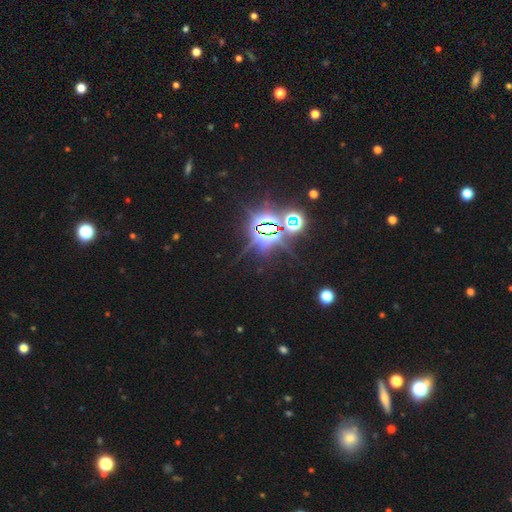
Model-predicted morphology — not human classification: Overall: star or artifact (82%).